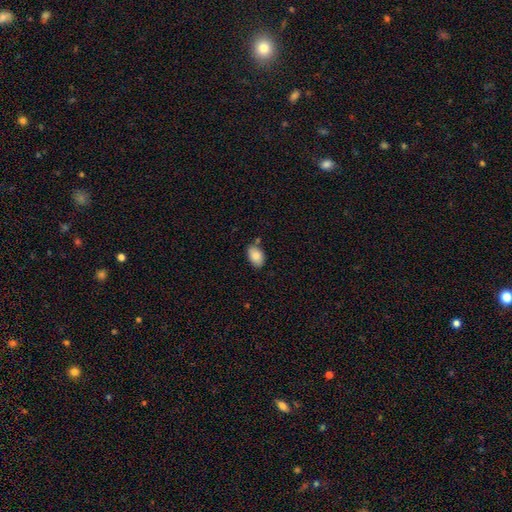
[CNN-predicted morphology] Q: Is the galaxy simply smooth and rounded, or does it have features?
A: smooth — 85%.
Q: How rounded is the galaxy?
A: in between — 91%.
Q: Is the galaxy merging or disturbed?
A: none — 78%.